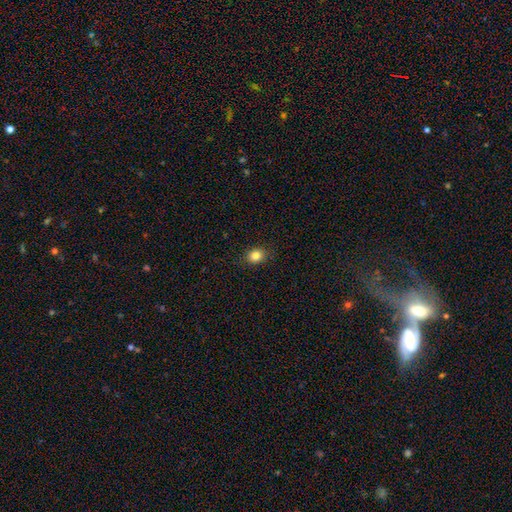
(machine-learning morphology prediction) smooth 84%, star or artifact 11%, featured or disk 5%. Down the decision tree: how rounded — round (55%); merging — none (87%).